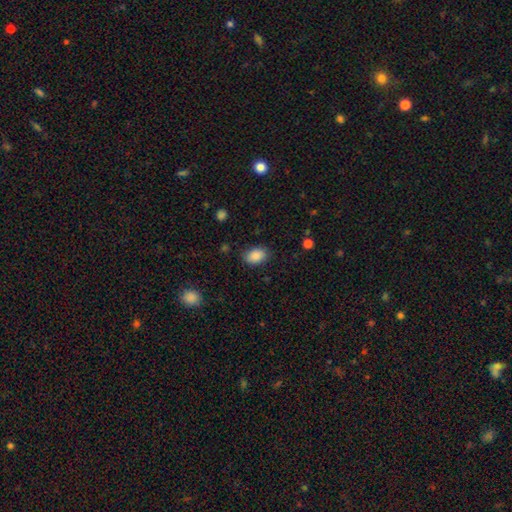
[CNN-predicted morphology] A smooth galaxy with no disk features (88%) that is in between round and cigar-shaped (84%).

Vote fractions:
- Smooth or featured? smooth: 88% / star or artifact: 8% / featured or disk: 4%
- How rounded? in between: 84% / round: 15% / cigar-shaped: 1%
- Merging? none: 84% / minor disturbance: 12% / major disturbance: 3% / merger: 1%